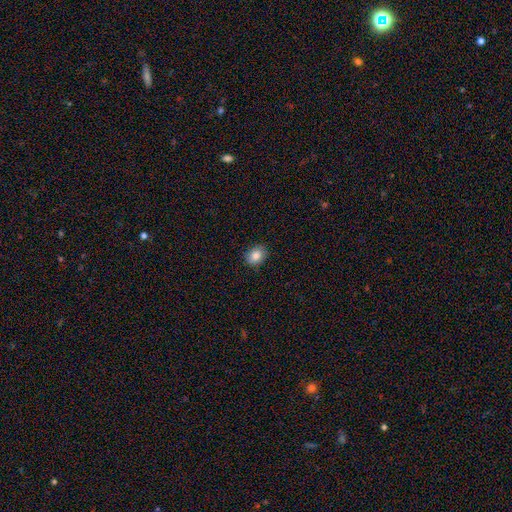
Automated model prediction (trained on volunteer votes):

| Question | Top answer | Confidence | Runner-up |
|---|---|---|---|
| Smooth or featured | smooth | 85% | star or artifact (9%) |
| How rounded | round | 50% | in between (49%) |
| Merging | none | 88% | minor disturbance (9%) |